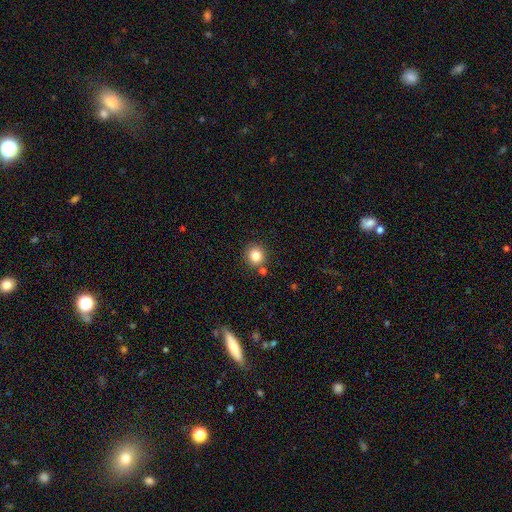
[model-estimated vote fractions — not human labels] A smooth galaxy with no disk features (83%) that is round (91%).

Vote fractions:
- Smooth or featured? smooth: 83% / star or artifact: 12% / featured or disk: 6%
- How rounded? round: 91% / in between: 8% / cigar-shaped: 1%
- Merging? none: 83% / minor disturbance: 8% / merger: 7% / major disturbance: 2%